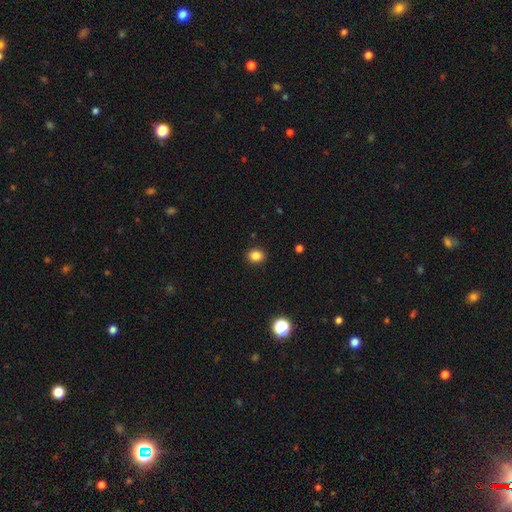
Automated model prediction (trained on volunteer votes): This is clearly a smooth galaxy (85%). How rounded: likely round (65%). Merging: clearly none (90%).